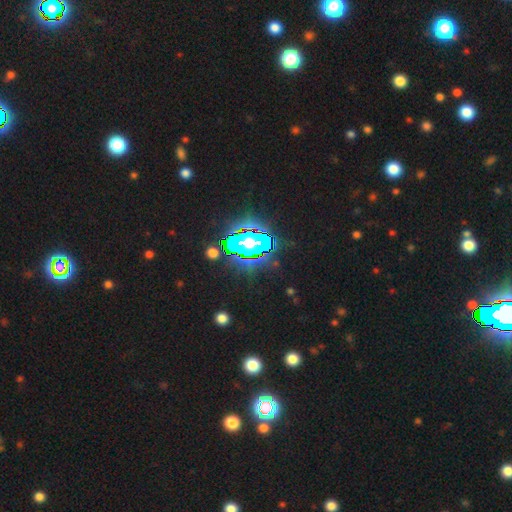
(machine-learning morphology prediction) Smooth or featured?
  - star or artifact: 83% *
  - smooth: 10%
  - featured or disk: 7%